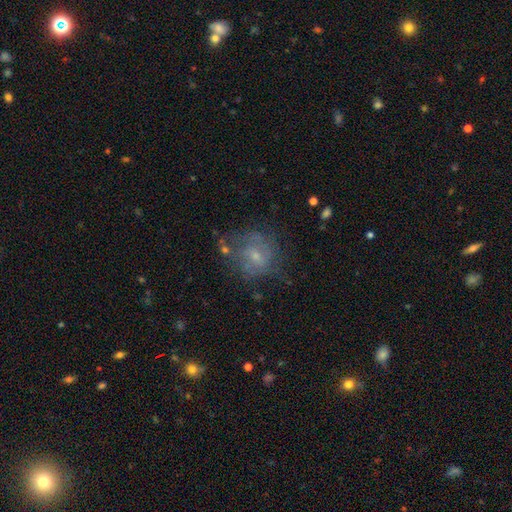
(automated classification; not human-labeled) The model was most divided on "spiral arms": yes: 56%, no: 44%. More confident: edge-on disk — no (97%); bar — no (62%); bulge size — small (60%); merging — none (52%); smooth or featured — featured or disk (52%).